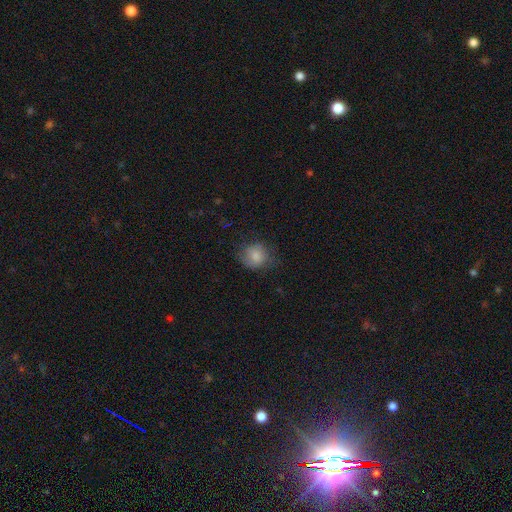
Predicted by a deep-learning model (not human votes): This appears to be a smooth galaxy with no disk features (79%) that is round (75%). Merging: none (64%).